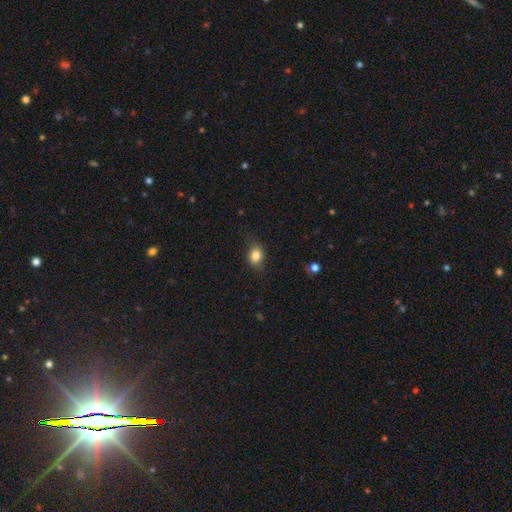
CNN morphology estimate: This appears to be a smooth galaxy with no disk features (80%) that is in between round and cigar-shaped (53%). Merging: none (71%).